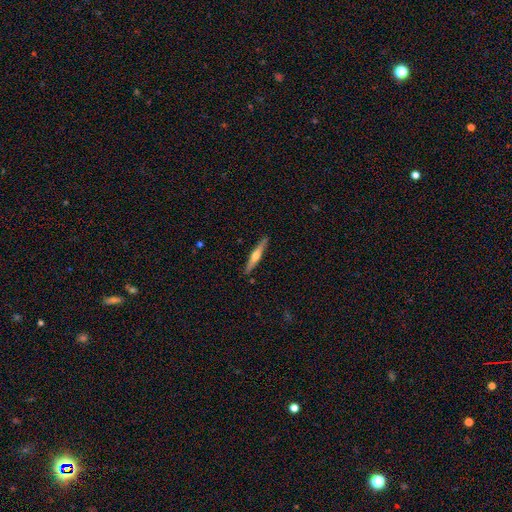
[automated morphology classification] featured or disk 54%, smooth 40%, star or artifact 6%. Down the decision tree: edge-on disk — yes (96%); edge-on bulge — rounded (83%); merging — none (89%).